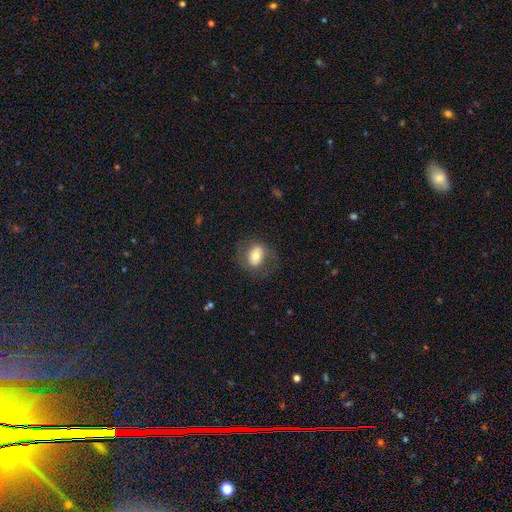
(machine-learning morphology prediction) A smooth galaxy with no disk features (64%) that is in between round and cigar-shaped (66%).

Vote fractions:
- Smooth or featured? smooth: 64% / featured or disk: 28% / star or artifact: 8%
- How rounded? in between: 66% / round: 33% / cigar-shaped: 1%
- Merging? none: 68% / minor disturbance: 17% / major disturbance: 14% / merger: 1%